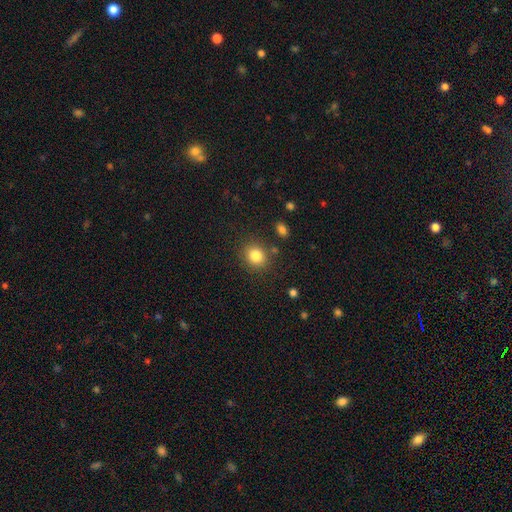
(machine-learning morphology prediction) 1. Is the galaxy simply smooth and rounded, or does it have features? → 83% smooth, 11% star or artifact, 6% featured or disk.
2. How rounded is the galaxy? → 76% round, 24% in between, 1% cigar-shaped.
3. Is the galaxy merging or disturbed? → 83% none, 10% minor disturbance, 4% merger, 4% major disturbance.